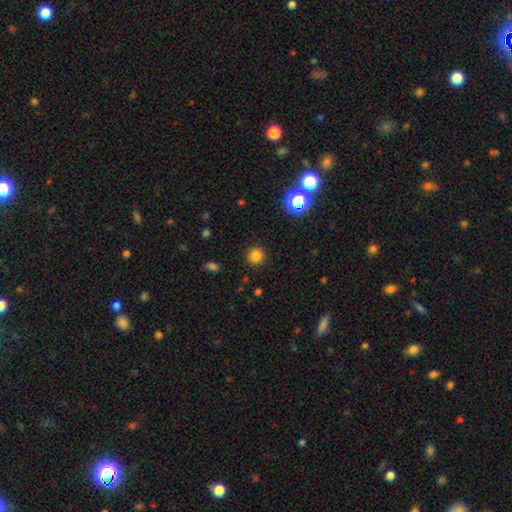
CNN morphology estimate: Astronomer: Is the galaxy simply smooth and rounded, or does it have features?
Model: smooth — 81%.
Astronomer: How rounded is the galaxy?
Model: round — 94%.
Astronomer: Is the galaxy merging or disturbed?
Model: none — 91%.